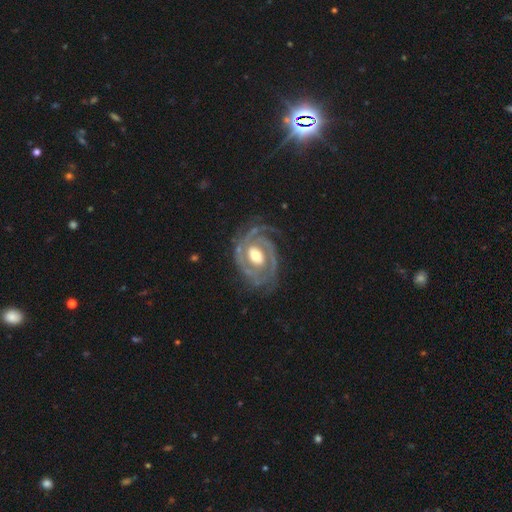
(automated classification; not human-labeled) Overall: featured or disk (92%). Edge-on disk: no (98%). Bar: no (44%; weak 36%). Spiral arms: yes (97%). Spiral arm count: 2 (42%; 3 25%). Spiral winding: tight (66%; medium 29%). Bulge size: moderate (69%). Merging: none (73%).